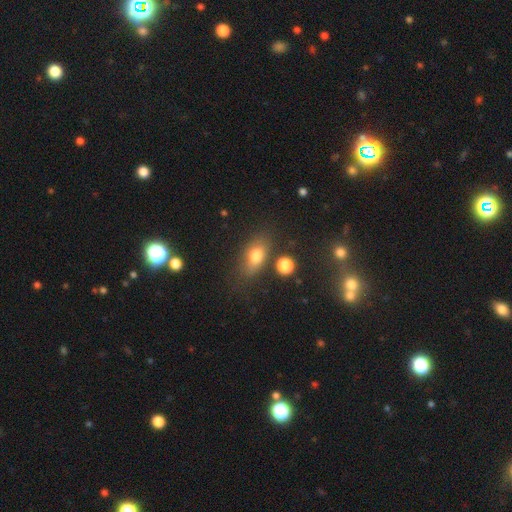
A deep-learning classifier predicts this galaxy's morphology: Overall: smooth (73%). How rounded: in between (79%). Merging: none (73%).